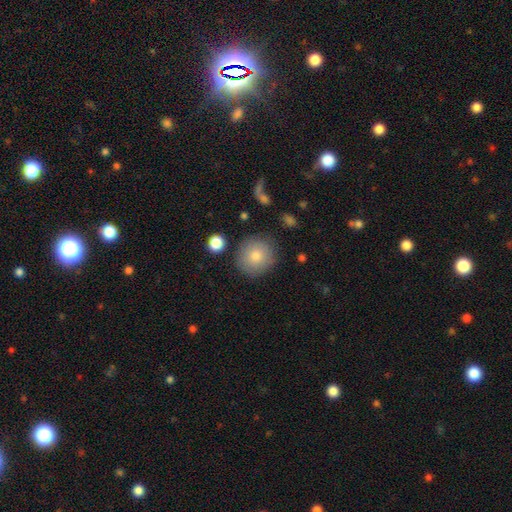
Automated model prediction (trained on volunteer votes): This is likely a smooth galaxy (79%). How rounded: clearly round (91%). Merging: clearly none (86%).